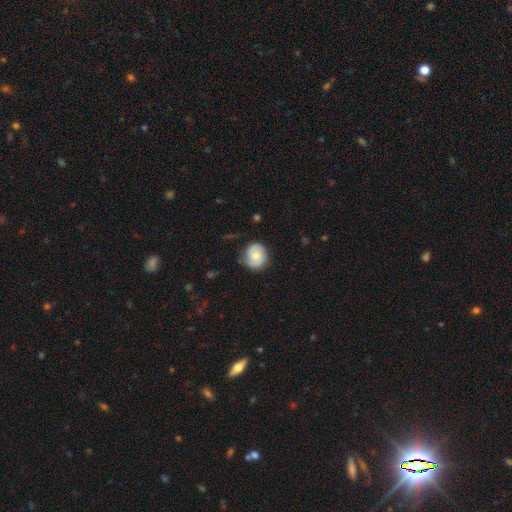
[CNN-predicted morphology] type=featured or disk (50%); edge-on=no (97%); merging=none (71%).